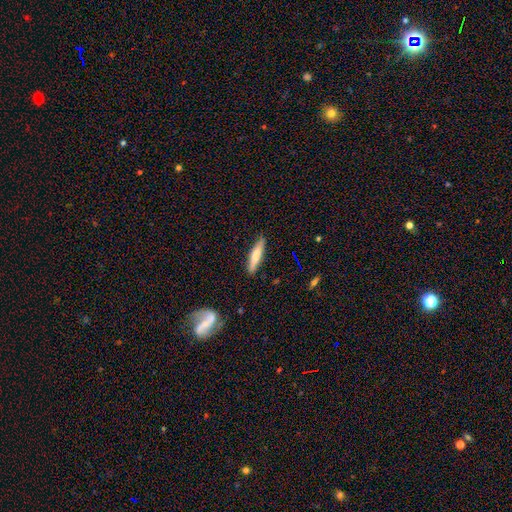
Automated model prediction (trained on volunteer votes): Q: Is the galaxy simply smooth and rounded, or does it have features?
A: smooth — 71%.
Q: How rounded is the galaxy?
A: cigar-shaped — 83%.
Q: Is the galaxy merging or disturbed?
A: none — 84%.